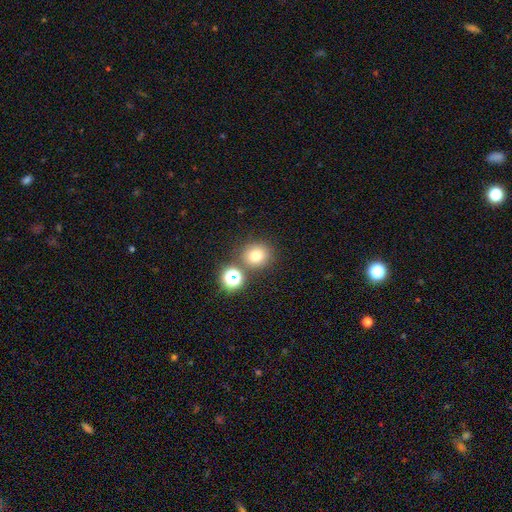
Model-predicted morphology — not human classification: A smooth galaxy with no disk features (72%) that is round (88%).

Vote fractions:
- Smooth or featured? smooth: 72% / star or artifact: 19% / featured or disk: 9%
- How rounded? round: 88% / in between: 11% / cigar-shaped: 1%
- Merging? none: 75% / merger: 13% / minor disturbance: 8% / major disturbance: 3%